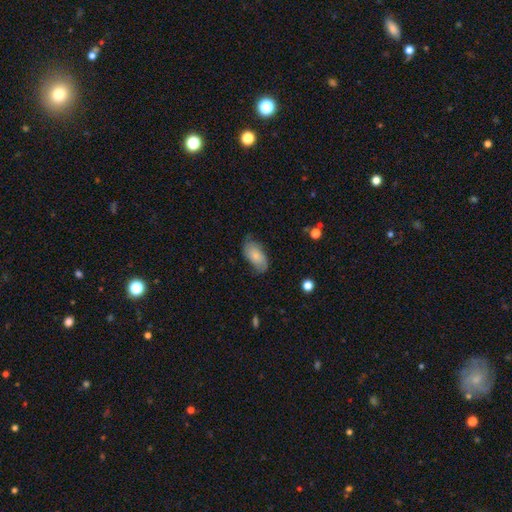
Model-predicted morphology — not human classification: Smooth or featured? smooth (64%)
How rounded? in between (93%)
Merging? none (66%)